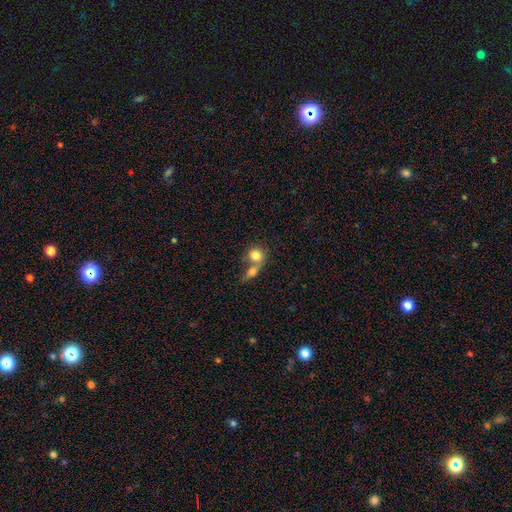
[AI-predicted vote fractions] smooth-or-featured: smooth: 80% | featured or disk: 12% | star or artifact: 8%
  how-rounded: round: 71% | in between: 28% | cigar-shaped: 1%
  merging: merger: 62% | none: 28% | minor disturbance: 7% | major disturbance: 4%